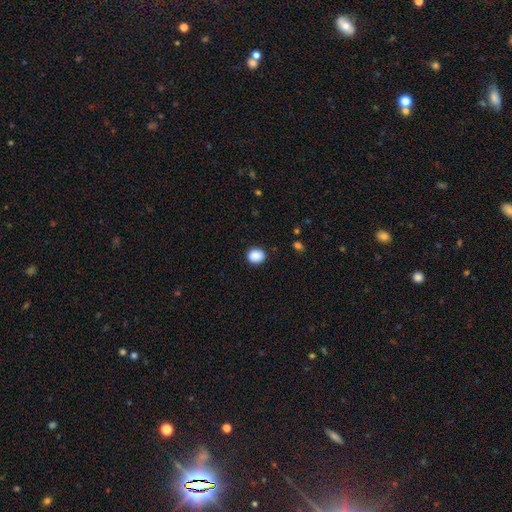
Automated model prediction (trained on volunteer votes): A smooth galaxy with no disk features (89%) that is round (75%). Merging: none (89%).